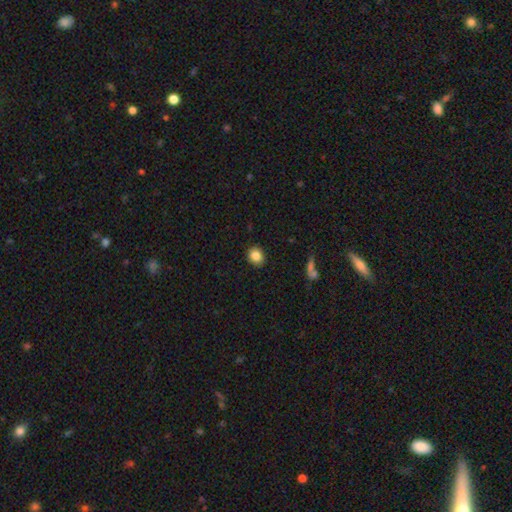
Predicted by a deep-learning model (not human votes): The model was most divided on "how rounded": round: 68%, in between: 30%, cigar-shaped: 1%. More confident: merging — none (91%); smooth or featured — smooth (85%).